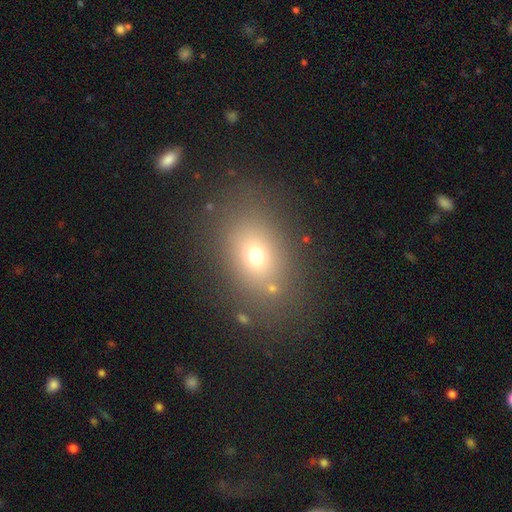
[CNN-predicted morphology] A smooth galaxy with no disk features (68%) that is in between round and cigar-shaped (63%).

Vote fractions:
- Smooth or featured? smooth: 68% / star or artifact: 19% / featured or disk: 13%
- How rounded? in between: 63% / round: 35% / cigar-shaped: 2%
- Merging? none: 77% / minor disturbance: 12% / major disturbance: 7% / merger: 4%